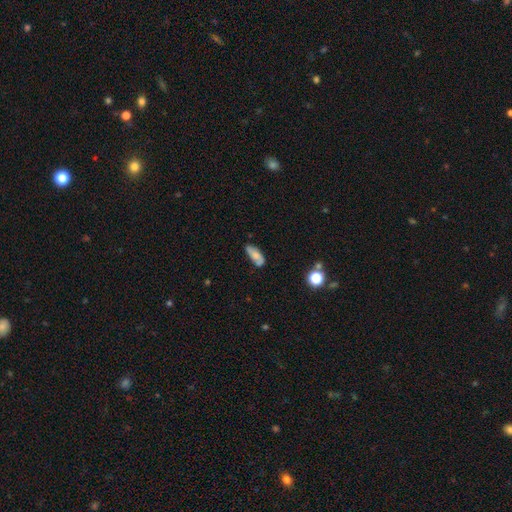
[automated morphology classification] type=smooth (66%); roundness=in between (79%); merging=none (59%).